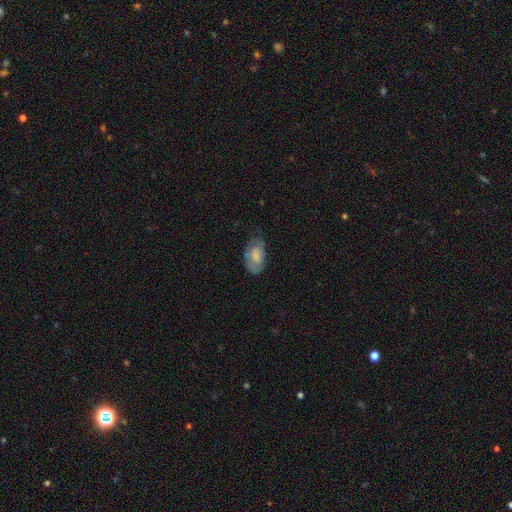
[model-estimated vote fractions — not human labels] Smooth or featured? smooth (58%)
How rounded? in between (92%)
Merging? none (53%)